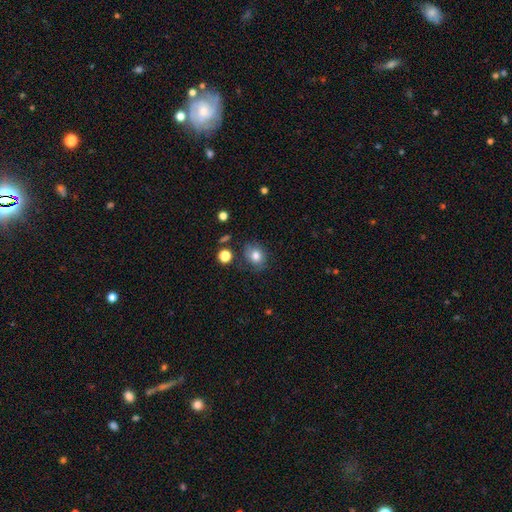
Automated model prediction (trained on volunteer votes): Smooth or featured? Predicted: smooth (p=0.77). How rounded? Predicted: round (p=0.55). Merging? Predicted: none (p=0.69).